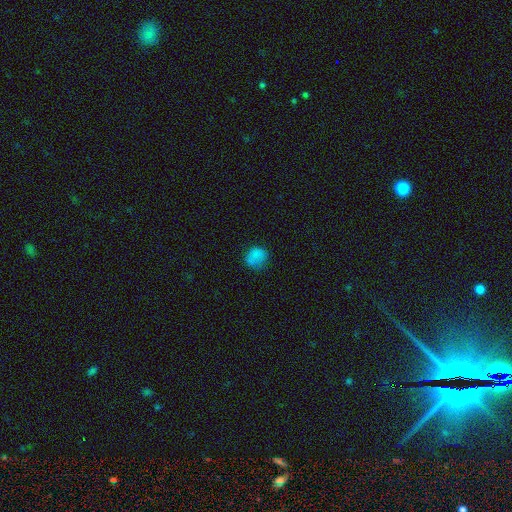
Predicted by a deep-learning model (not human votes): The model was most divided on "merging": none: 65%, minor disturbance: 23%, major disturbance: 9%, merger: 3%. More confident: smooth or featured — smooth (78%); how rounded — round (74%).